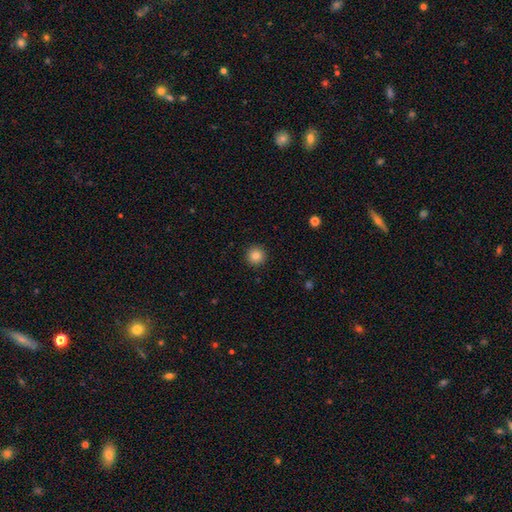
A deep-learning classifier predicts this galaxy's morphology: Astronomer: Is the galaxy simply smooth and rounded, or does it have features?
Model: smooth — 84%.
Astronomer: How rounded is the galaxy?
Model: round — 96%.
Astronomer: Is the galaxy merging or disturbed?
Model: none — 93%.